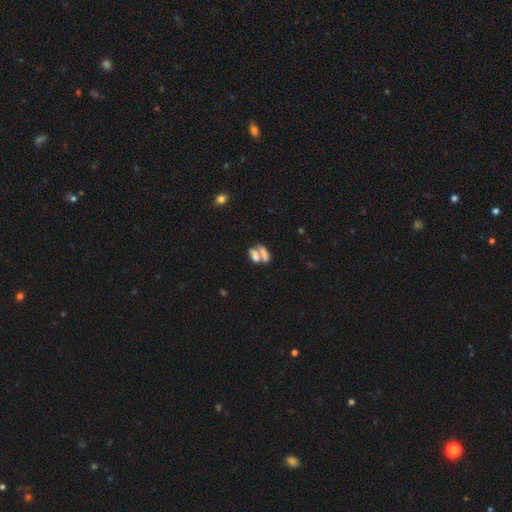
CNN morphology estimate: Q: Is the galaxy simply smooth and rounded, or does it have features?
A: smooth — 64%.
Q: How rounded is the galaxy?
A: in between — 69%.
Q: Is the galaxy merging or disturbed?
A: merger — 57%.